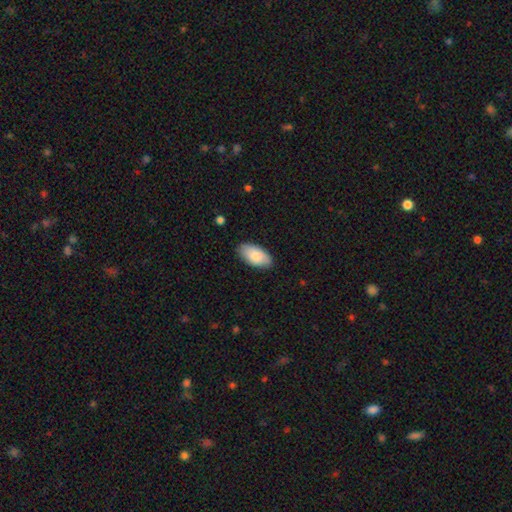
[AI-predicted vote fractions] The model was most divided on "merging": none: 84%, minor disturbance: 13%, major disturbance: 2%, merger: 1%. More confident: how rounded — in between (95%); smooth or featured — smooth (84%).